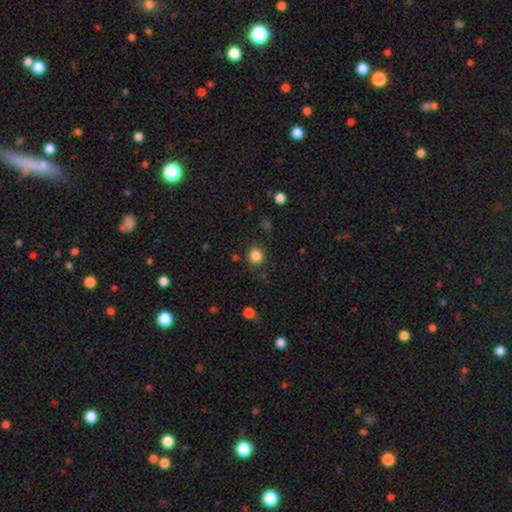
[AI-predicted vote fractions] A smooth galaxy with no disk features (85%) that is round (92%).

Vote fractions:
- Smooth or featured? smooth: 85% / star or artifact: 12% / featured or disk: 4%
- How rounded? round: 92% / in between: 8% / cigar-shaped: 1%
- Merging? none: 87% / minor disturbance: 8% / major disturbance: 3% / merger: 2%